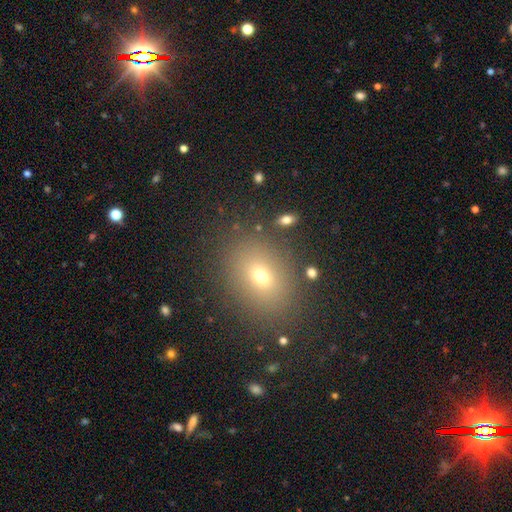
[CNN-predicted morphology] The model was most divided on "how rounded": in between: 62%, round: 37%, cigar-shaped: 1%. More confident: merging — none (85%); smooth or featured — smooth (66%).